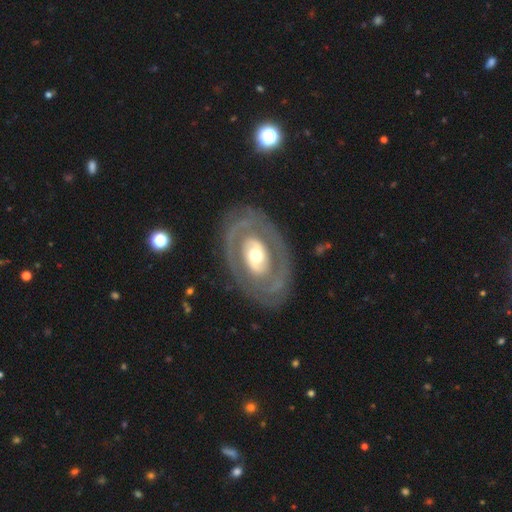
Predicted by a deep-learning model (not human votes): Q: Smooth or featured?
A: featured or disk (73%); runner-up: smooth (22%)
Q: Edge-on disk?
A: no (93%); runner-up: yes (7%)
Q: Bar?
A: no (67%); runner-up: weak (20%)
Q: Spiral arms?
A: no (57%); runner-up: yes (43%)
Q: Bulge size?
A: moderate (64%); runner-up: large (21%)
Q: Merging?
A: none (80%); runner-up: minor disturbance (12%)